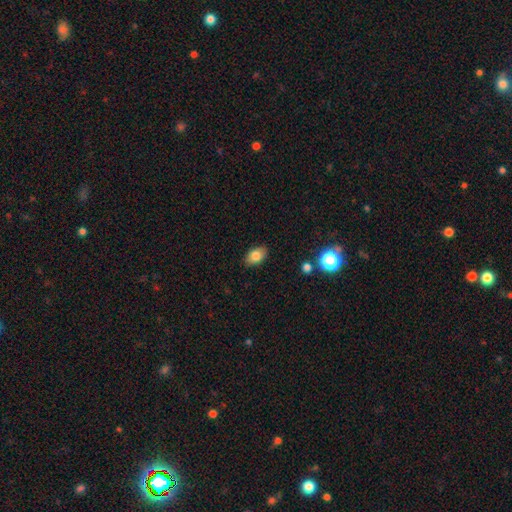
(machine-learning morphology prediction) Smooth or featured? smooth (79%)
How rounded? in between (88%)
Merging? none (87%)